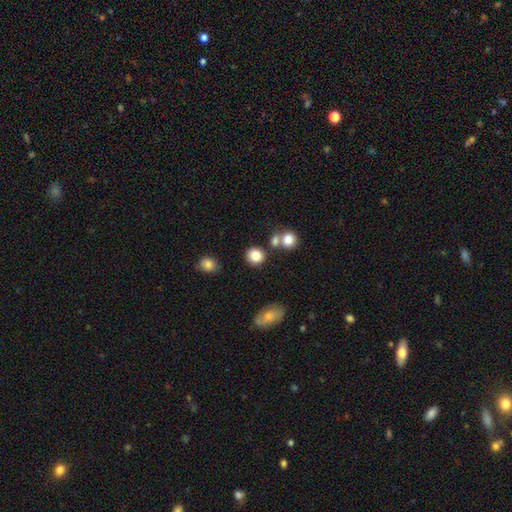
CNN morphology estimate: Q: Smooth or featured?
A: smooth (82%); runner-up: star or artifact (11%)
Q: How rounded?
A: round (84%); runner-up: in between (15%)
Q: Merging?
A: none (73%); runner-up: merger (13%)